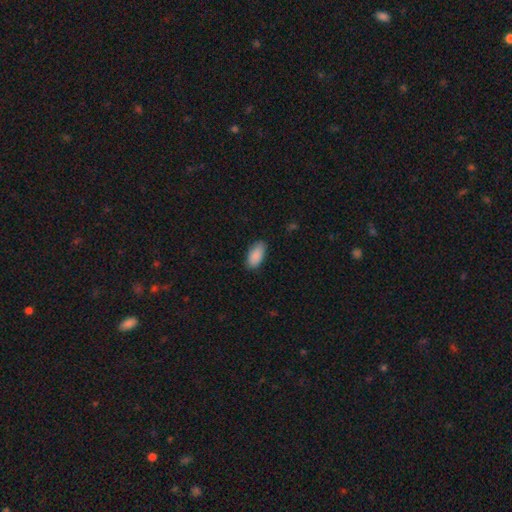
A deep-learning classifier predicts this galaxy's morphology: Smooth or featured?
  - smooth: 90% *
  - star or artifact: 6%
  - featured or disk: 4%
How rounded?
  - in between: 92% *
  - cigar-shaped: 5%
  - round: 2%
Merging?
  - none: 82% *
  - minor disturbance: 14%
  - major disturbance: 3%
  - merger: 1%